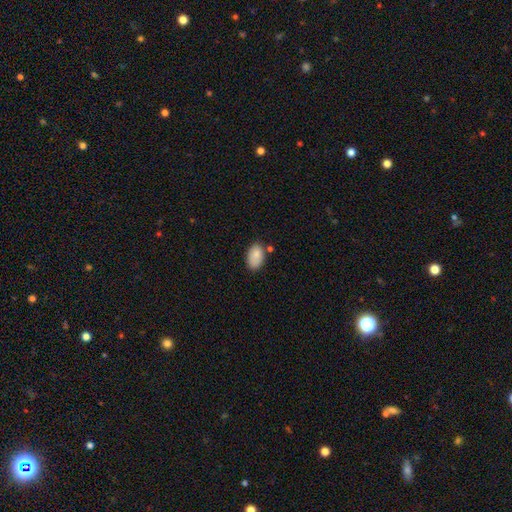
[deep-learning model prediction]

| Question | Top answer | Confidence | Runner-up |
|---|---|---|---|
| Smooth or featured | smooth | 85% | featured or disk (8%) |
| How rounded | in between | 91% | round (8%) |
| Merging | none | 71% | minor disturbance (19%) |